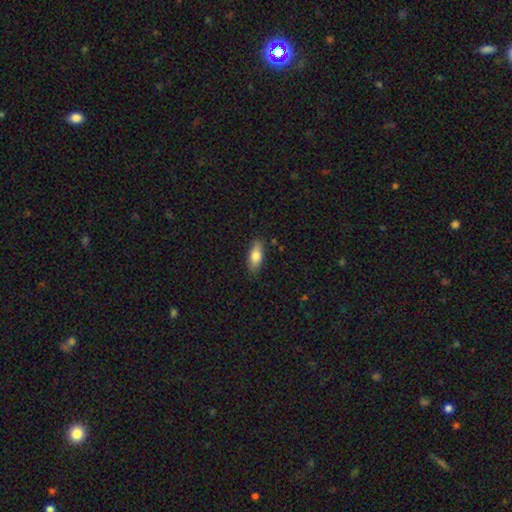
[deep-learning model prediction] A smooth galaxy with no disk features (79%) that is in between round and cigar-shaped (77%). Merging: none (84%).